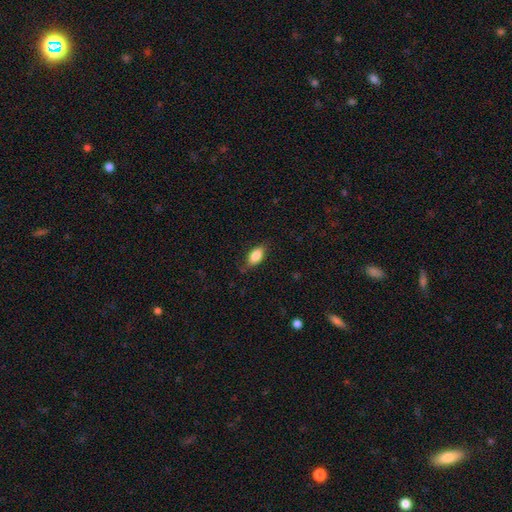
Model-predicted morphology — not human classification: Q: Smooth or featured?
A: smooth (83%); runner-up: featured or disk (9%)
Q: How rounded?
A: in between (88%); runner-up: cigar-shaped (8%)
Q: Merging?
A: none (77%); runner-up: minor disturbance (18%)